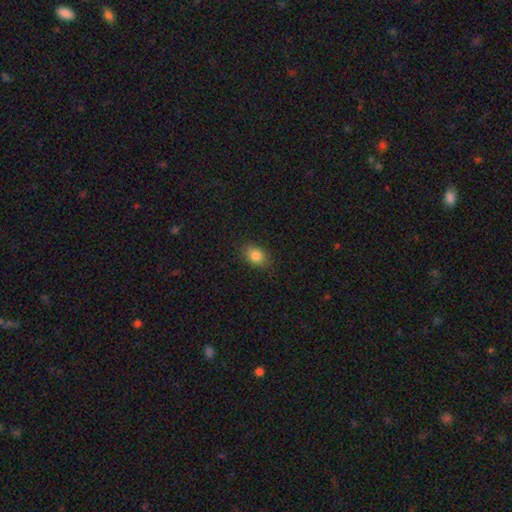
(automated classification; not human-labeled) The model was most divided on "how rounded": in between: 73%, round: 25%, cigar-shaped: 1%. More confident: merging — none (85%); smooth or featured — smooth (84%).